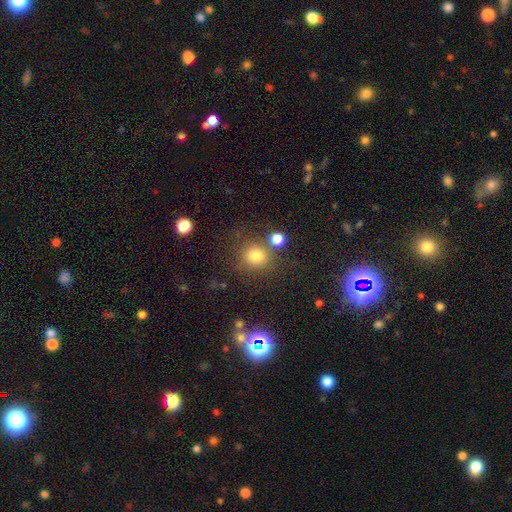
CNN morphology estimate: The model was most divided on "merging": none: 72%, merger: 13%, minor disturbance: 10%, major disturbance: 5%. More confident: how rounded — round (88%); smooth or featured — smooth (78%).